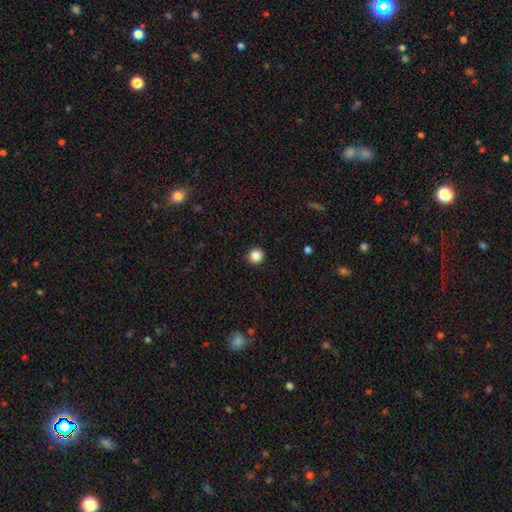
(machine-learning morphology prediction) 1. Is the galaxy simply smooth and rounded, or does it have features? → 87% smooth, 10% star or artifact, 3% featured or disk.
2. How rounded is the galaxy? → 95% round, 4% in between, 1% cigar-shaped.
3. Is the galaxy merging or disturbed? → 93% none, 5% minor disturbance, 2% major disturbance, 1% merger.